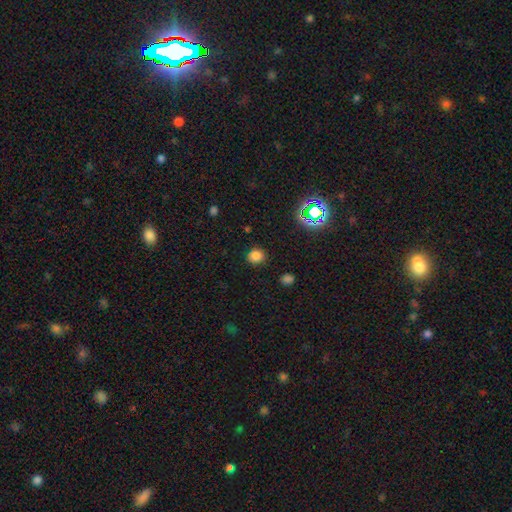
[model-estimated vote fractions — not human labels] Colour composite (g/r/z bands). It shows a smooth galaxy with no disk features (77%) that is round (81%). Merging: none (87%).